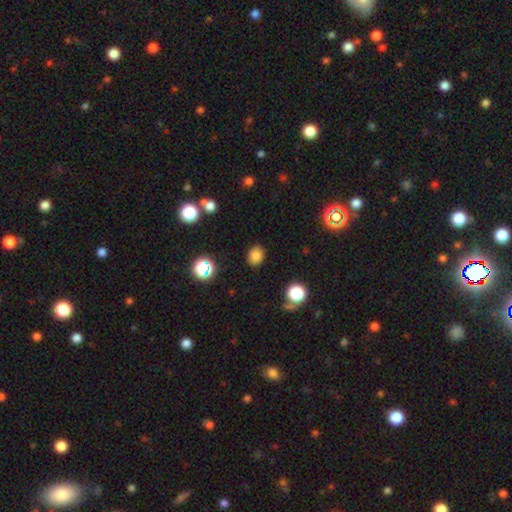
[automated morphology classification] Smooth or featured? smooth (81%)
How rounded? round (51%)
Merging? none (86%)